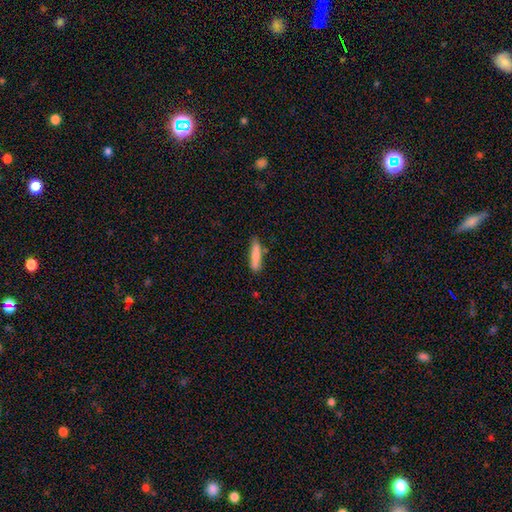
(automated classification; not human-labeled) smooth 80%, featured or disk 14%, star or artifact 6%. Down the decision tree: how rounded — cigar-shaped (84%); merging — none (79%).